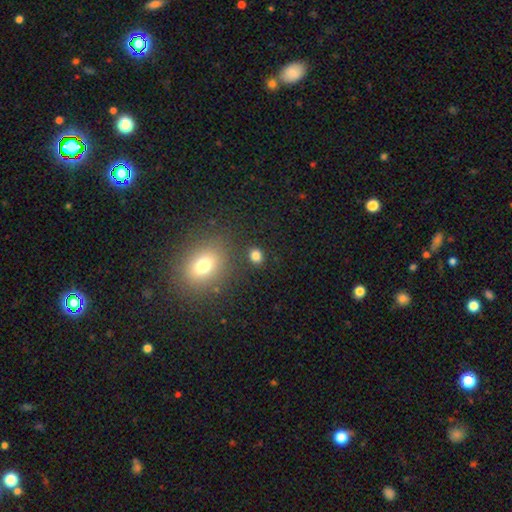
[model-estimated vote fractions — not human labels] Smooth or featured? smooth (81%)
How rounded? round (58%)
Merging? none (84%)